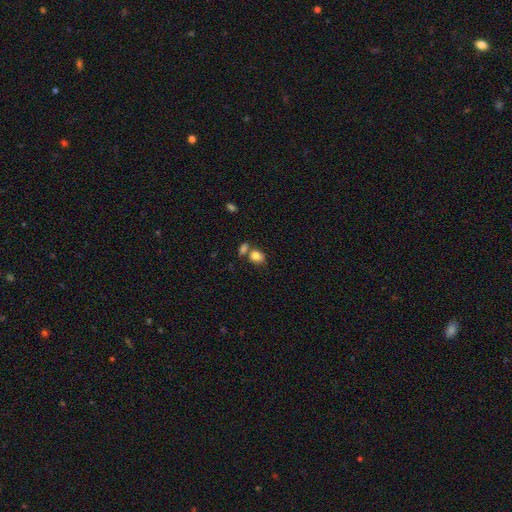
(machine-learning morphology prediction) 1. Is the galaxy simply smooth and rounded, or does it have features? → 82% smooth, 10% star or artifact, 8% featured or disk.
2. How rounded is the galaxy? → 60% in between, 39% round, 1% cigar-shaped.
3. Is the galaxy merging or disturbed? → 47% none, 34% merger, 14% minor disturbance, 5% major disturbance.